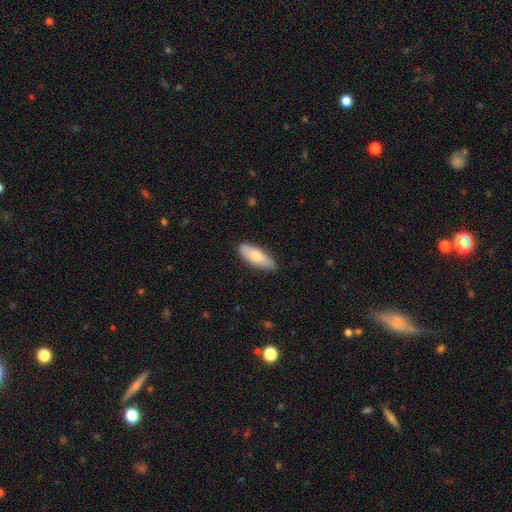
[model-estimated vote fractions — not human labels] This appears to be a smooth galaxy with no disk features (76%) that is in between round and cigar-shaped (65%). Merging: none (83%).